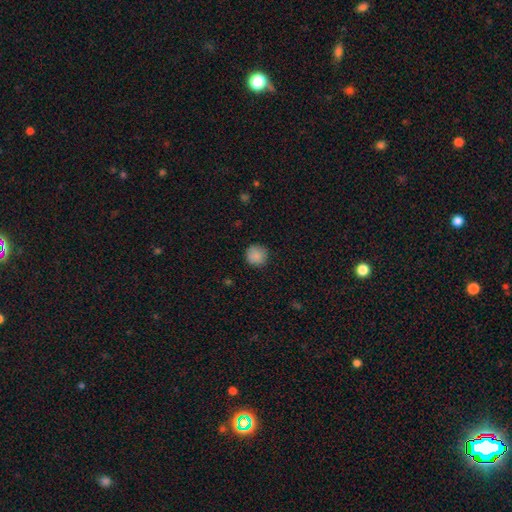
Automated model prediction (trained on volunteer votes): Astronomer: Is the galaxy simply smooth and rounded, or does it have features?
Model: smooth — 87%.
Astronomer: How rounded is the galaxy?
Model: round — 94%.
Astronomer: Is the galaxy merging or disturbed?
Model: none — 88%.